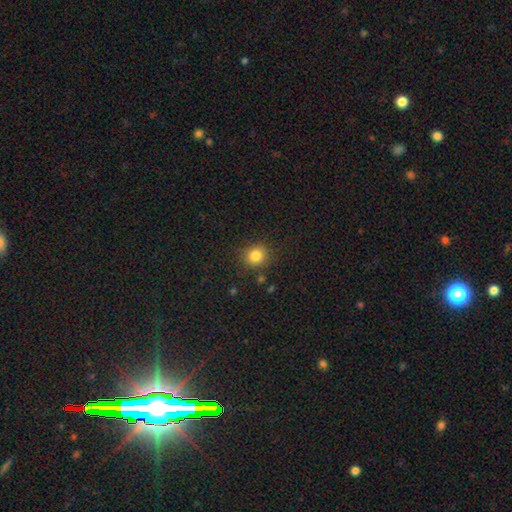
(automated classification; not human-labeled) The model was most divided on "how rounded": round: 84%, in between: 15%, cigar-shaped: 1%. More confident: merging — none (86%); smooth or featured — smooth (83%).